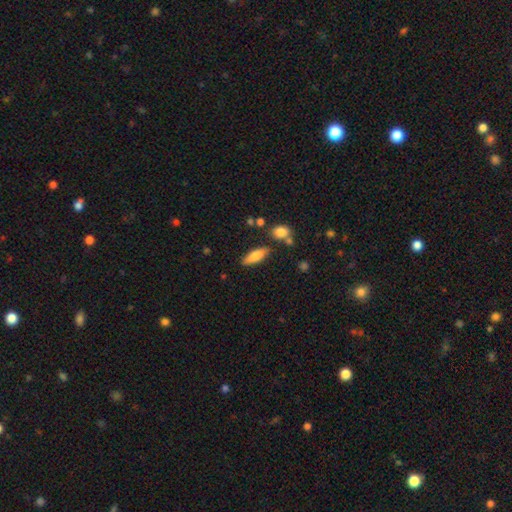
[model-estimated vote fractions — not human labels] smooth-or-featured: smooth: 76% | featured or disk: 17% | star or artifact: 7%
  how-rounded: in between: 57% | cigar-shaped: 40% | round: 2%
  merging: none: 79% | minor disturbance: 12% | merger: 5% | major disturbance: 3%